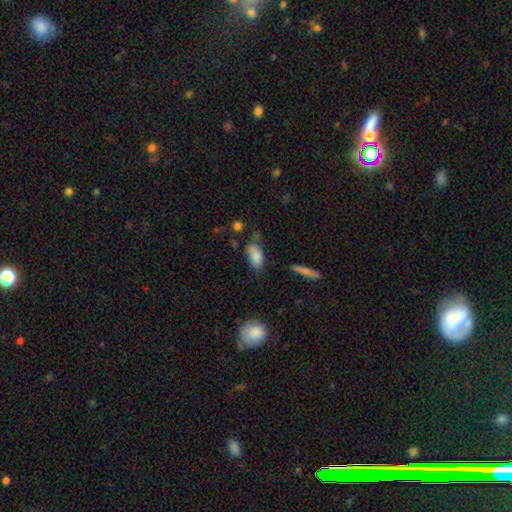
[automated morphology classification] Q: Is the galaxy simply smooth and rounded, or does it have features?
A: smooth — 84%.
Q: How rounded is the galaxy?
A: in between — 90%.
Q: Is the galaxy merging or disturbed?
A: none — 62%.